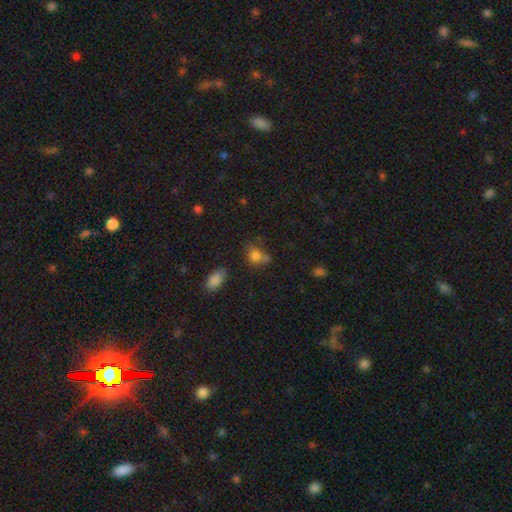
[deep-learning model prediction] This is likely a smooth galaxy (77%). How rounded: possibly round (51%). Merging: marginally none (45%).